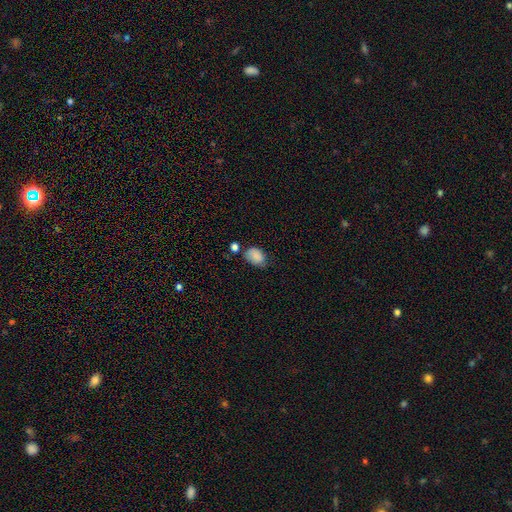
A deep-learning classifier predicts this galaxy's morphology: Overall: smooth (84%). How rounded: in between (79%). Merging: none (52%; minor disturbance 31%).